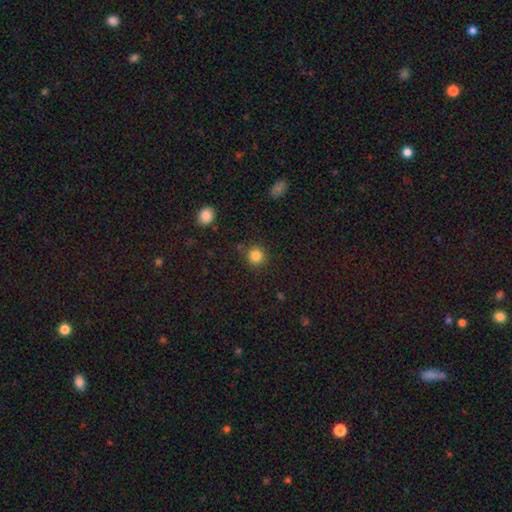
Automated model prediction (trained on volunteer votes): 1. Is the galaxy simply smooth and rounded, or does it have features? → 84% smooth, 11% star or artifact, 5% featured or disk.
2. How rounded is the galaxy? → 93% round, 6% in between, 1% cigar-shaped.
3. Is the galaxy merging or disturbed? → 88% none, 7% minor disturbance, 3% merger, 3% major disturbance.